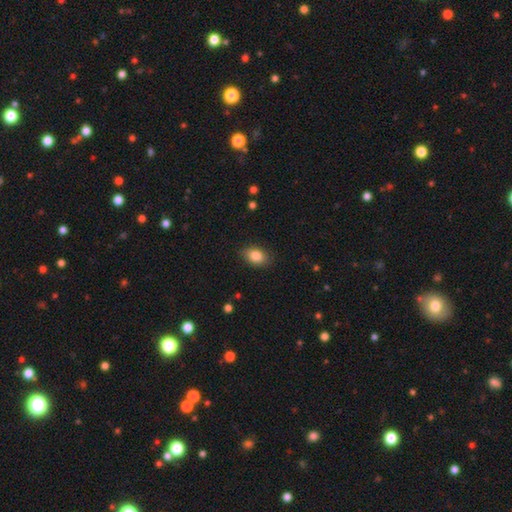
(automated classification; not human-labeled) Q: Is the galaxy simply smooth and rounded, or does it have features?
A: smooth — 85%.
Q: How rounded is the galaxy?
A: in between — 83%.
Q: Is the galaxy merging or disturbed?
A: none — 85%.